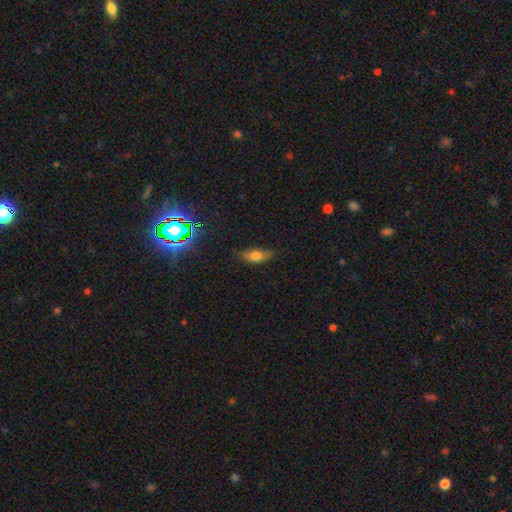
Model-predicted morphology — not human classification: smooth-or-featured: smooth: 64% | featured or disk: 23% | star or artifact: 12%
  how-rounded: in between: 72% | cigar-shaped: 23% | round: 5%
  merging: none: 80% | minor disturbance: 16% | major disturbance: 3% | merger: 1%